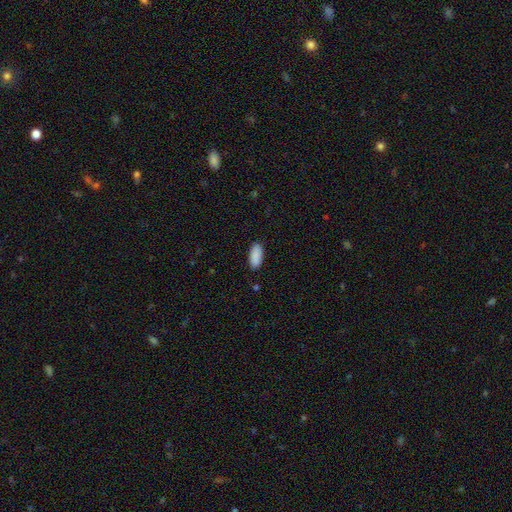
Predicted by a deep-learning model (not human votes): Q: Smooth or featured?
A: smooth (91%); runner-up: star or artifact (6%)
Q: How rounded?
A: in between (89%); runner-up: cigar-shaped (9%)
Q: Merging?
A: none (89%); runner-up: minor disturbance (8%)